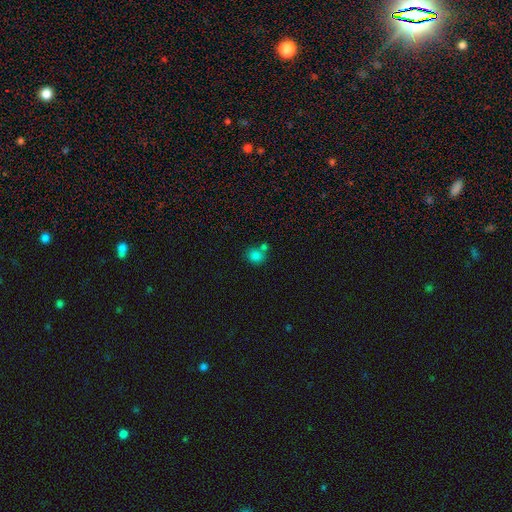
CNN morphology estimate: A smooth galaxy with no disk features (81%) that is round (78%).

Vote fractions:
- Smooth or featured? smooth: 81% / star or artifact: 13% / featured or disk: 6%
- How rounded? round: 78% / in between: 21% / cigar-shaped: 1%
- Merging? none: 55% / merger: 31% / minor disturbance: 10% / major disturbance: 4%